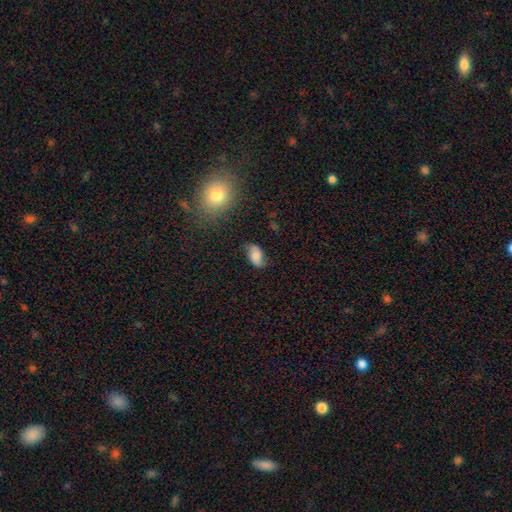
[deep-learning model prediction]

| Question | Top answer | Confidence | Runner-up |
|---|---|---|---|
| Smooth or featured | smooth | 54% | featured or disk (36%) |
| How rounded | in between | 90% | round (7%) |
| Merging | none | 70% | minor disturbance (22%) |